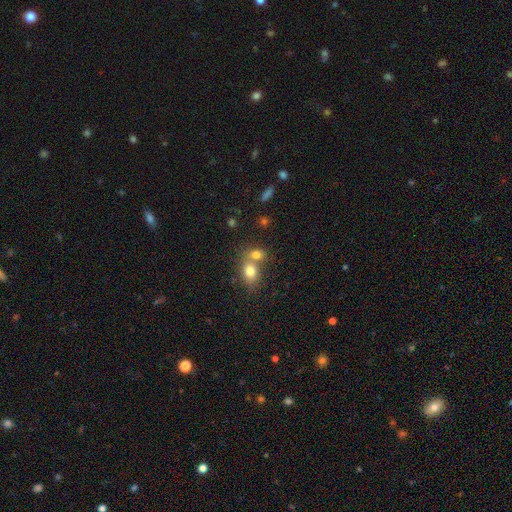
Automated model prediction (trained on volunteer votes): Smooth or featured? Predicted: smooth (p=0.73). How rounded? Predicted: in between (p=0.54). Merging? Predicted: merger (p=0.55).